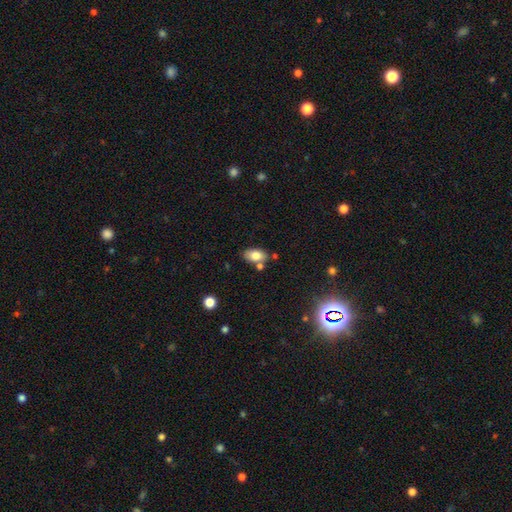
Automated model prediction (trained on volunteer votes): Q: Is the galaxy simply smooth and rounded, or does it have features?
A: smooth — 79%.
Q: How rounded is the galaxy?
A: in between — 90%.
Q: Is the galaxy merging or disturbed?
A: none — 66%.